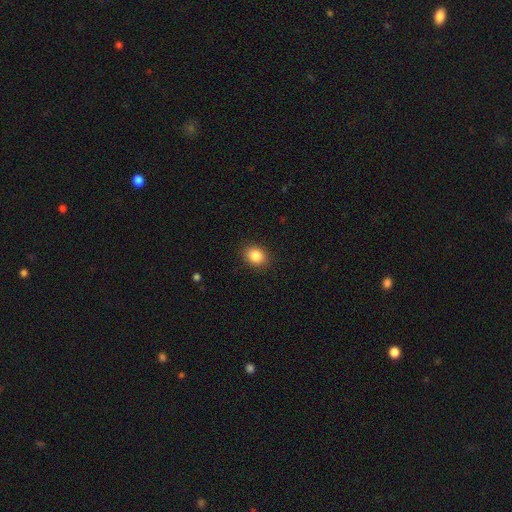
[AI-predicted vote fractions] Overall: smooth (86%). How rounded: round (51%; in between 48%). Merging: none (88%).